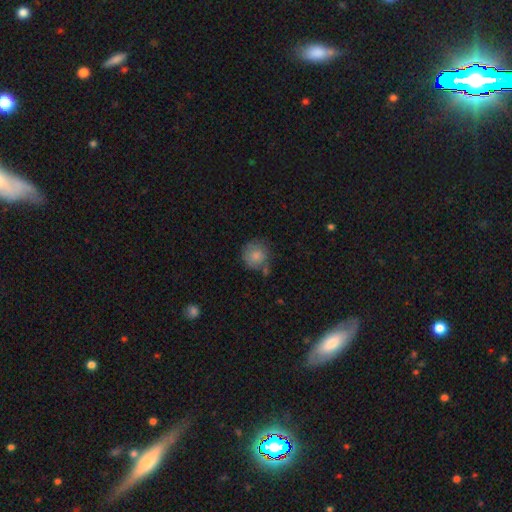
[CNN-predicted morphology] Smooth or featured? Predicted: smooth (p=0.83). How rounded? Predicted: round (p=0.92). Merging? Predicted: none (p=0.66).